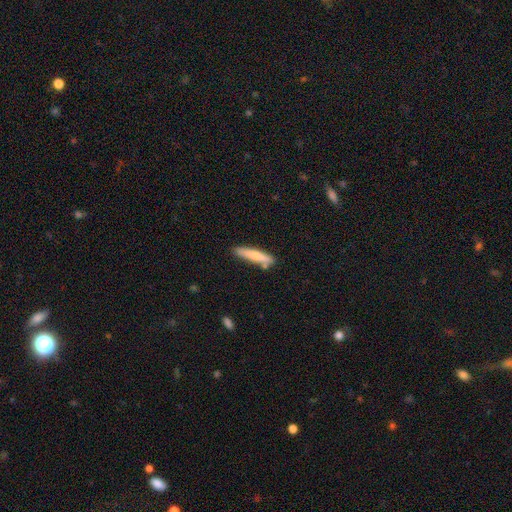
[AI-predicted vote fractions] Q: Smooth or featured?
A: smooth (72%); runner-up: featured or disk (23%)
Q: How rounded?
A: cigar-shaped (89%); runner-up: in between (9%)
Q: Merging?
A: none (77%); runner-up: minor disturbance (14%)